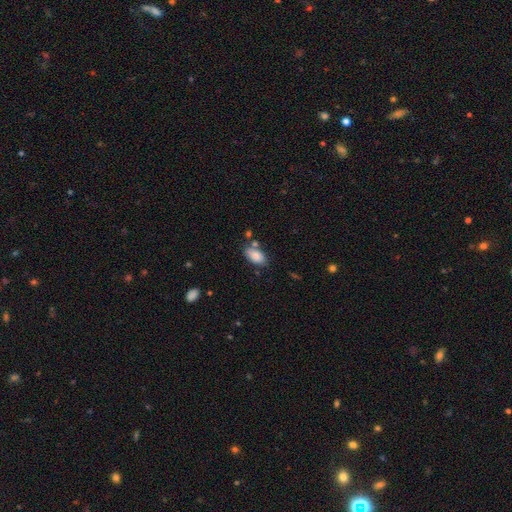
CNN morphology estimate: A smooth galaxy with no disk features (84%) that is in between round and cigar-shaped (93%). Merging: none (68%).